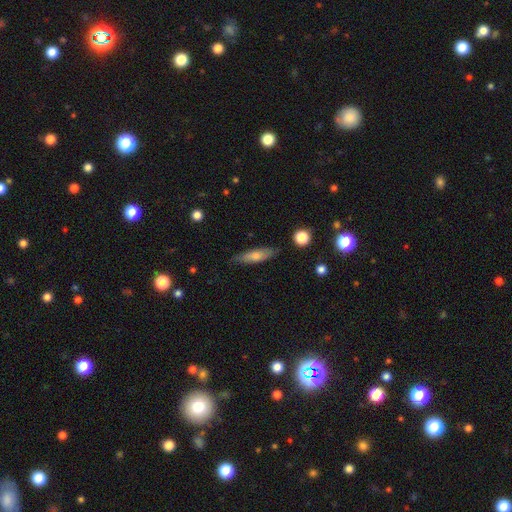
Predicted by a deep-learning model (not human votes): A smooth galaxy with no disk features (65%) that is cigar-shaped (63%).

Vote fractions:
- Smooth or featured? smooth: 65% / featured or disk: 29% / star or artifact: 6%
- How rounded? cigar-shaped: 63% / in between: 35% / round: 2%
- Merging? none: 81% / minor disturbance: 15% / major disturbance: 3% / merger: 2%